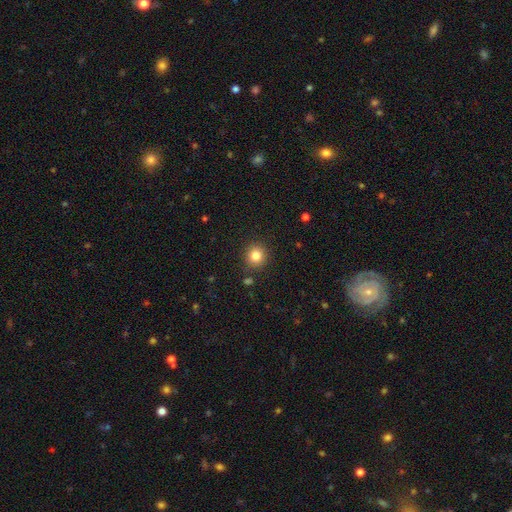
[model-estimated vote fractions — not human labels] A smooth galaxy with no disk features (82%) that is round (89%). Merging: none (88%).